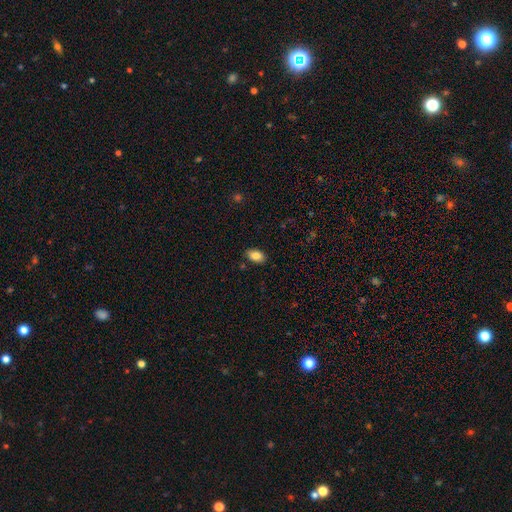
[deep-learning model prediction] smooth_or_featured: smooth (p=0.85) [alt: star or artifact p=0.08]
how_rounded: in between (p=0.91) [alt: round p=0.07]
merging: none (p=0.86) [alt: minor disturbance p=0.10]